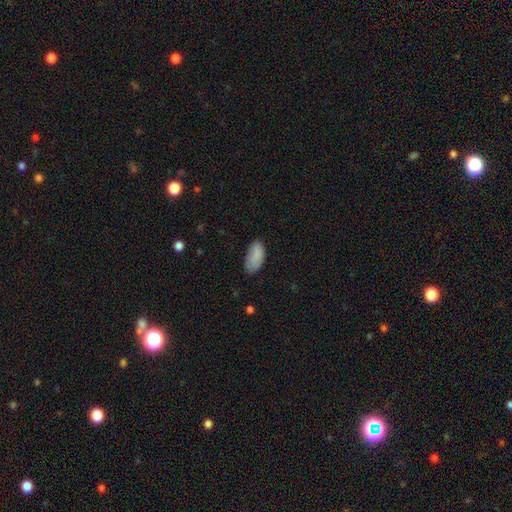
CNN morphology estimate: smooth 86%, star or artifact 7%, featured or disk 7%. Down the decision tree: how rounded — in between (93%); merging — none (71%).